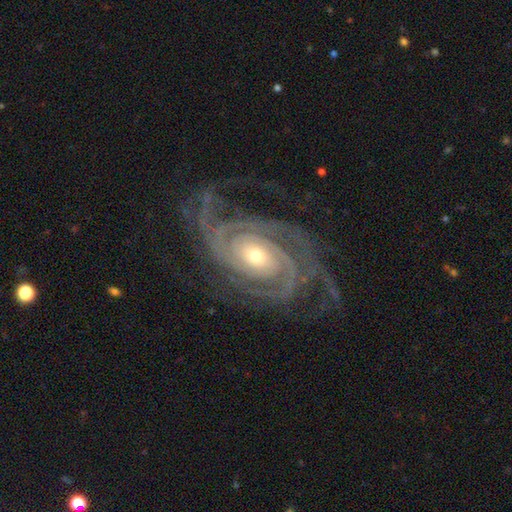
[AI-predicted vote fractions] Smooth or featured?
  - featured or disk: 93% *
  - star or artifact: 4%
  - smooth: 2%
Edge-on disk?
  - no: 97% *
  - yes: 3%
Bar?
  - no: 66% *
  - weak: 22%
  - strong: 12%
Spiral arms?
  - yes: 99% *
  - no: 1%
Spiral winding?
  - tight: 71% *
  - medium: 25%
  - loose: 4%
Spiral arm count?
  - 3: 30% *
  - 2: 21%
  - 4: 21%
  - can't tell: 12%
  - more than 4: 9%
  - 1: 7%
Bulge size?
  - moderate: 53% *
  - small: 42%
  - large: 4%
  - none: 1%
  - dominant: 1%
Merging?
  - none: 71% *
  - minor disturbance: 17%
  - major disturbance: 11%
  - merger: 1%